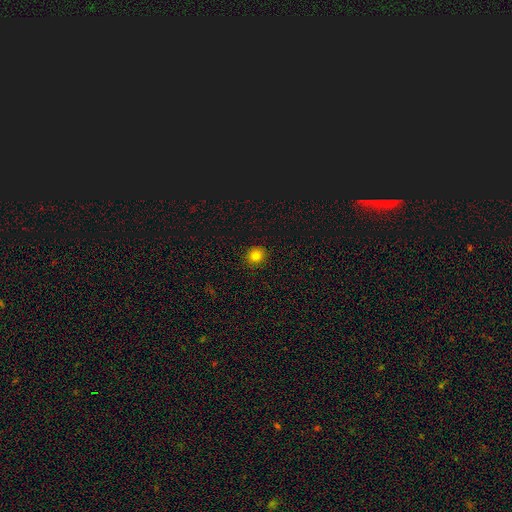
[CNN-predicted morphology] smooth 81%, star or artifact 14%, featured or disk 5%. Down the decision tree: how rounded — round (87%); merging — none (91%).